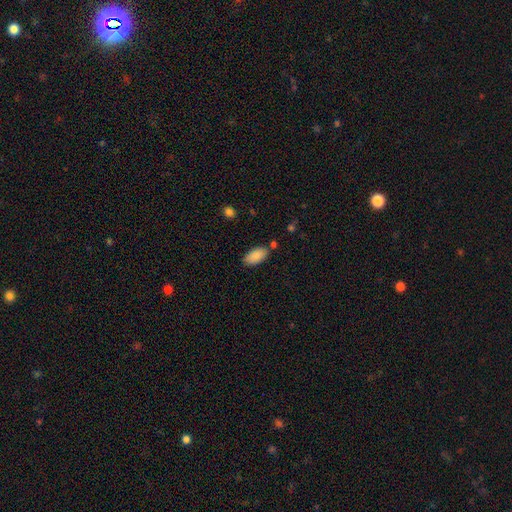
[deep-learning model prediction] Smooth or featured? Predicted: smooth (p=0.88). How rounded? Predicted: in between (p=0.93). Merging? Predicted: none (p=0.80).